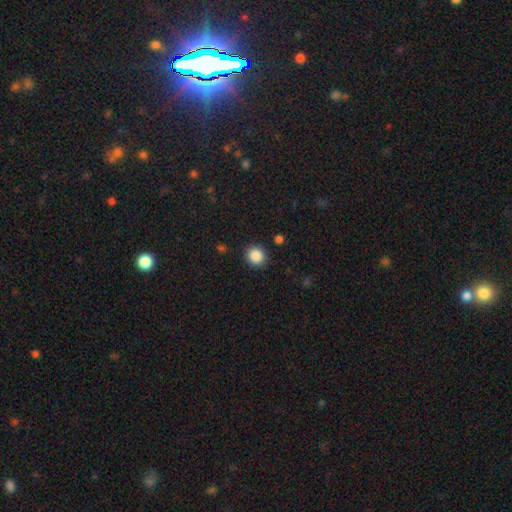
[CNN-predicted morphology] The model was most divided on "how rounded": round: 82%, in between: 17%, cigar-shaped: 1%. More confident: merging — none (89%); smooth or featured — smooth (87%).